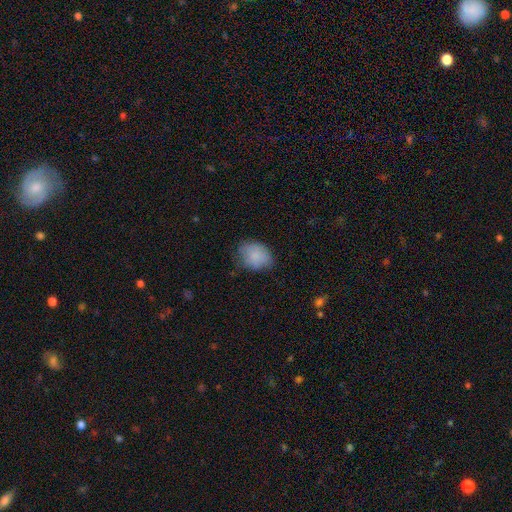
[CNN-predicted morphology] Overall: smooth (83%). How rounded: in between (59%; round 40%). Merging: none (66%).